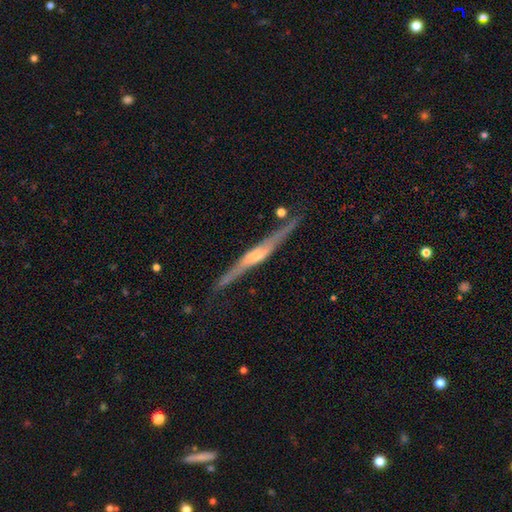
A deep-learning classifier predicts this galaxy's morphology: Overall: featured or disk (81%). Edge-on disk: yes (96%). Edge-on bulge: rounded (73%). Merging: none (81%).